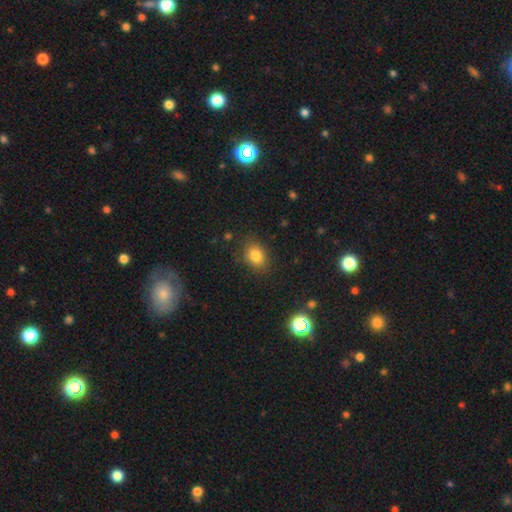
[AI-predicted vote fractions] Smooth or featured?
  - smooth: 82% *
  - star or artifact: 12%
  - featured or disk: 7%
How rounded?
  - in between: 56% *
  - round: 43%
  - cigar-shaped: 1%
Merging?
  - none: 83% *
  - minor disturbance: 12%
  - major disturbance: 3%
  - merger: 2%